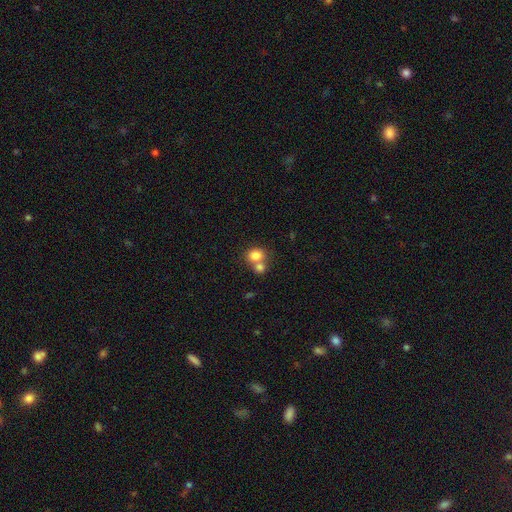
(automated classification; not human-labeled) This is likely a smooth galaxy (80%). How rounded: likely round (71%). Merging: possibly merger (49%).